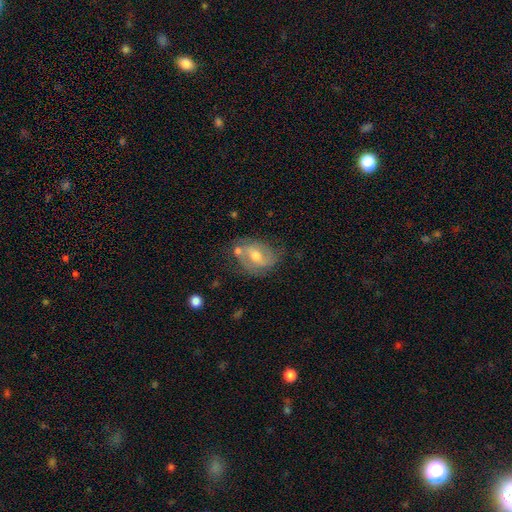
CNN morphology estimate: smooth_or_featured: featured or disk (p=0.59) [alt: smooth p=0.33]
disk_edge_on: no (p=0.95) [alt: yes p=0.05]
bar: weak (p=0.46) [alt: no p=0.37]
has_spiral_arms: yes (p=0.70) [alt: no p=0.30]
bulge_size: moderate (p=0.72) [alt: small p=0.20]
merging: none (p=0.54) [alt: minor disturbance p=0.24]